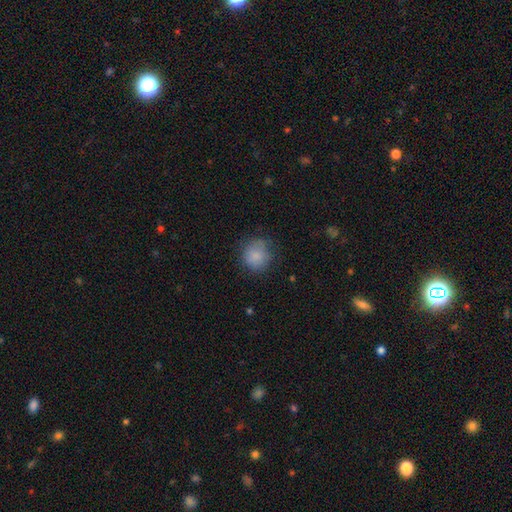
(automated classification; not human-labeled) A smooth galaxy with no disk features (84%) that is round (87%).

Vote fractions:
- Smooth or featured? smooth: 84% / star or artifact: 9% / featured or disk: 7%
- How rounded? round: 87% / in between: 12% / cigar-shaped: 1%
- Merging? none: 72% / minor disturbance: 20% / major disturbance: 7% / merger: 1%